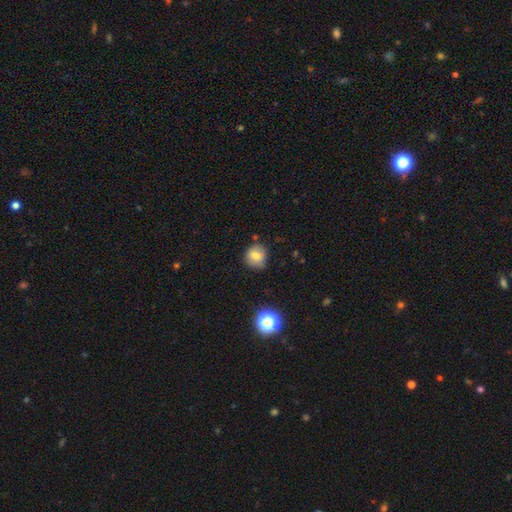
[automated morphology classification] Smooth or featured: smooth — 74% (featured or disk — 13%)
How rounded: round — 85% (in between — 14%)
Merging: none — 77% (minor disturbance — 16%)